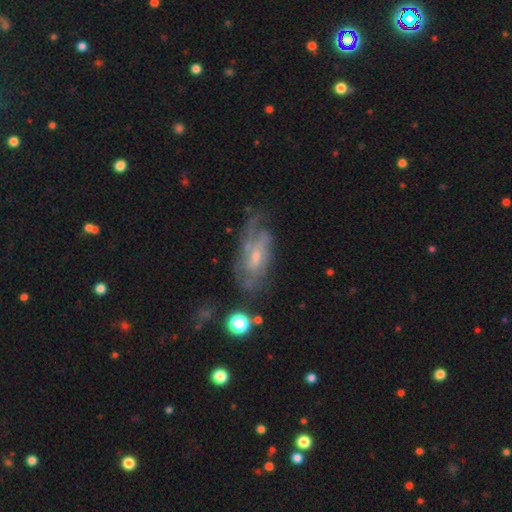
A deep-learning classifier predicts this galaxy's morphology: The model was most divided on "bulge size": small: 52%, moderate: 37%, none: 8%, large: 3%, dominant: 1%. More confident: edge-on disk — no (91%); spiral arms — yes (78%); smooth or featured — featured or disk (70%); bar — no (56%); merging — none (51%).